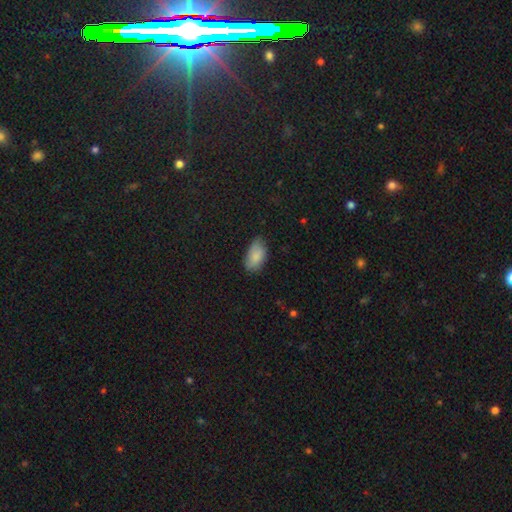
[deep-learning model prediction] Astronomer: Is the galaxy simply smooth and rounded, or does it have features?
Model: smooth — 85%.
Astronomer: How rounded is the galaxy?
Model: in between — 94%.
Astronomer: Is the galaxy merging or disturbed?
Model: none — 72%.